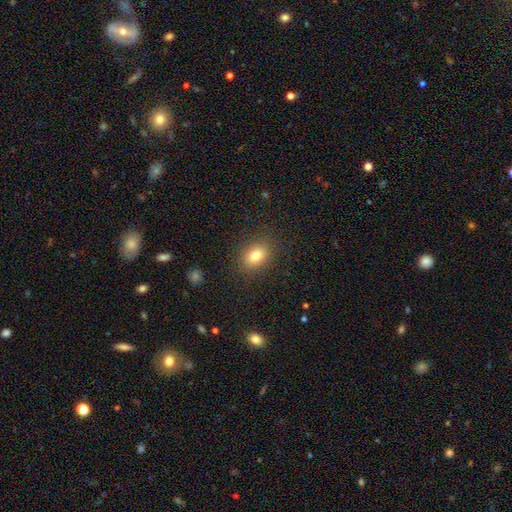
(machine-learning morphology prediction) Smooth or featured? Predicted: smooth (p=0.79). How rounded? Predicted: in between (p=0.65). Merging? Predicted: none (p=0.86).